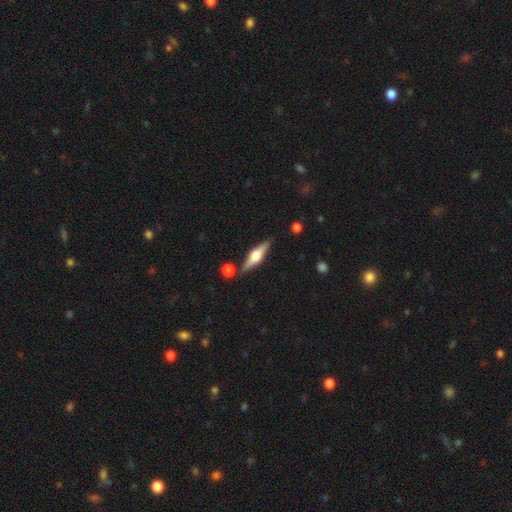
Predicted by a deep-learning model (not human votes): smooth_or_featured: featured or disk (p=0.67) [alt: smooth p=0.27]
disk_edge_on: yes (p=0.96) [alt: no p=0.04]
edge_on_bulge: rounded (p=0.91) [alt: boxy p=0.07]
merging: none (p=0.82) [alt: minor disturbance p=0.10]